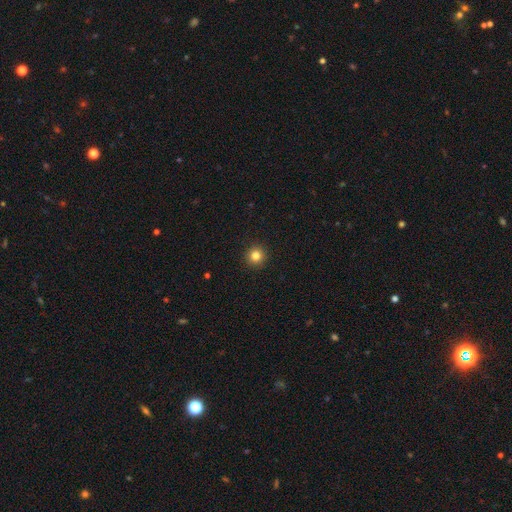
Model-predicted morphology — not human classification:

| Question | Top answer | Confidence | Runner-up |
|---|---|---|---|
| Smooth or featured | smooth | 82% | star or artifact (12%) |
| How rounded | round | 95% | in between (4%) |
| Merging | none | 93% | minor disturbance (4%) |